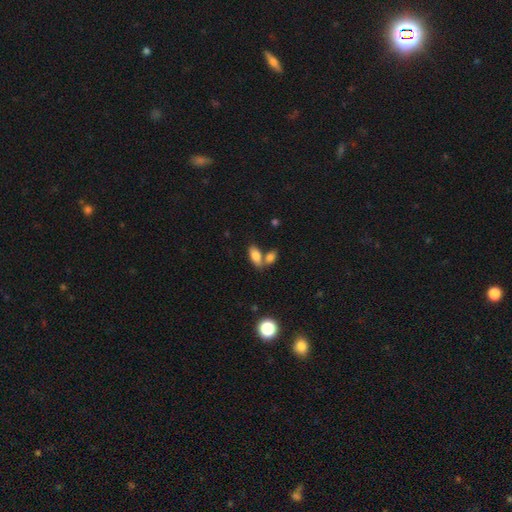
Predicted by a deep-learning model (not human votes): smooth_or_featured: smooth (p=0.81) [alt: featured or disk p=0.11]
how_rounded: in between (p=0.88) [alt: cigar-shaped p=0.08]
merging: none (p=0.49) [alt: merger p=0.37]